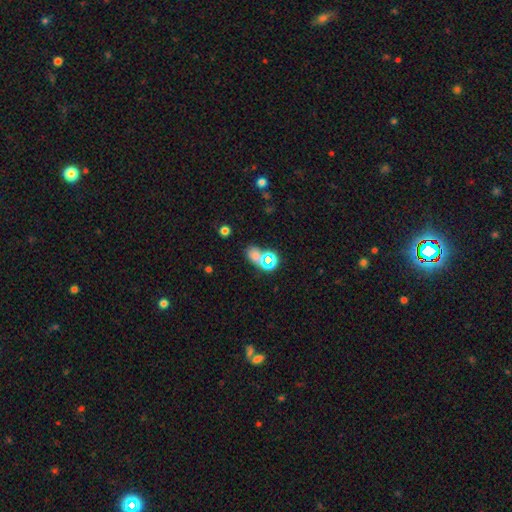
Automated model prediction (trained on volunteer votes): Smooth or featured? Predicted: smooth (p=0.52). How rounded? Predicted: in between (p=0.65). Merging? Predicted: none (p=0.53).